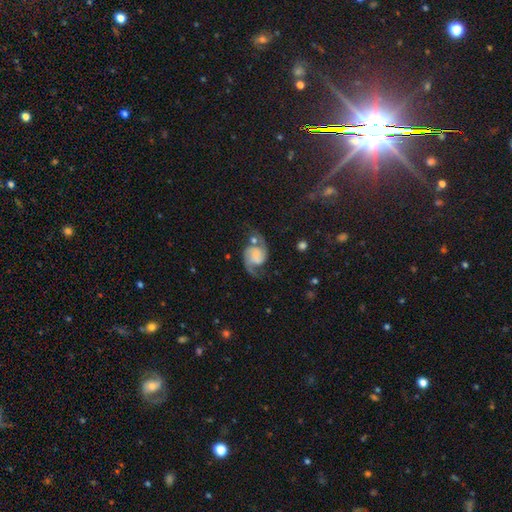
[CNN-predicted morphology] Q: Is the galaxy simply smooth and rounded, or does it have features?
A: featured or disk — 85%.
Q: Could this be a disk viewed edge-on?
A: no — 98%.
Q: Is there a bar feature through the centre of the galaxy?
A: no — 62%.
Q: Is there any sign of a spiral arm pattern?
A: yes — 97%.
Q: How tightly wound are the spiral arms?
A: loose — 54%.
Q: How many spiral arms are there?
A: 2 — 93%.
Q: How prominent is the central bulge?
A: none — 47%.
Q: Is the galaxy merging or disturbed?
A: none — 61%.